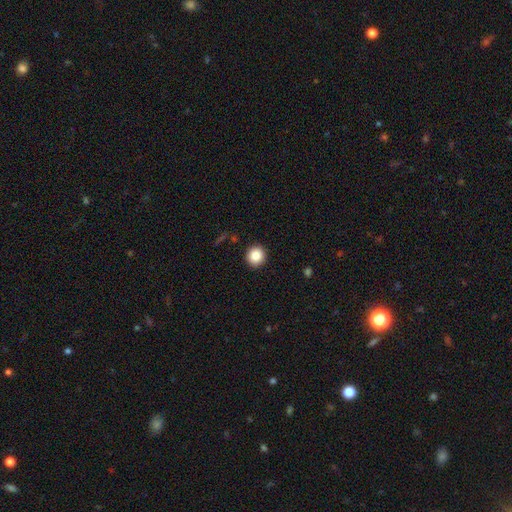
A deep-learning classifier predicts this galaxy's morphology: Smooth or featured? Predicted: smooth (p=0.86). How rounded? Predicted: round (p=0.92). Merging? Predicted: none (p=0.91).